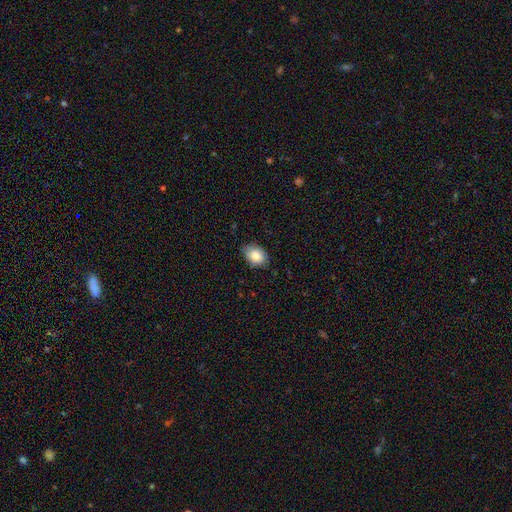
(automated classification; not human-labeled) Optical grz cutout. It shows a smooth galaxy with no disk features (84%) that is in between round and cigar-shaped (77%). Merging: none (77%).